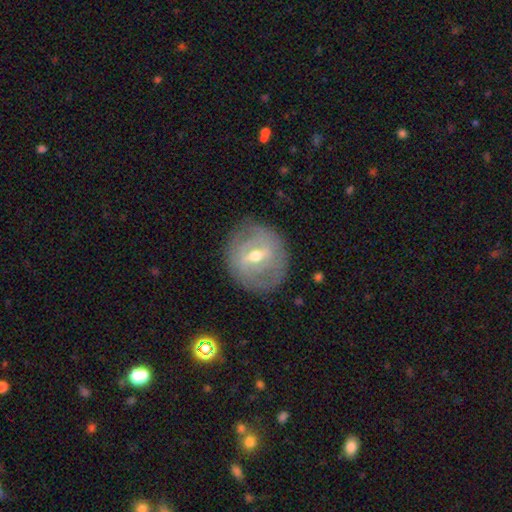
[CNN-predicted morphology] This is likely a featured or disk galaxy (74%). It is clearly not viewed edge-on (93%). Bar: possibly weak (46%). Spiral arm pattern: likely yes (60%). Central bulge: likely moderate (67%). Merging: clearly none (80%).